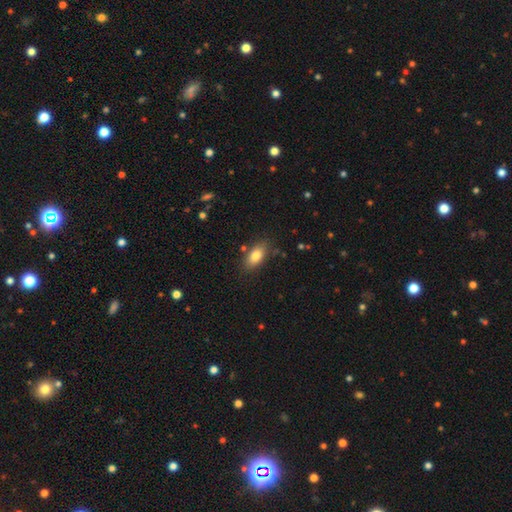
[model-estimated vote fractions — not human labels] smooth 81%, featured or disk 12%, star or artifact 8%. Down the decision tree: how rounded — in between (88%); merging — none (81%).